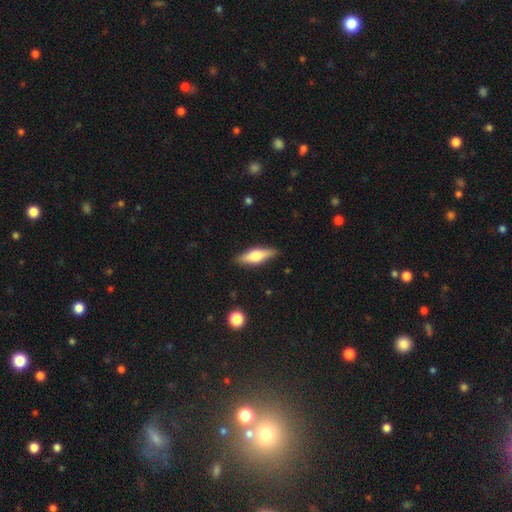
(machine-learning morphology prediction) Smooth or featured? smooth (49%)
Merging? none (87%)